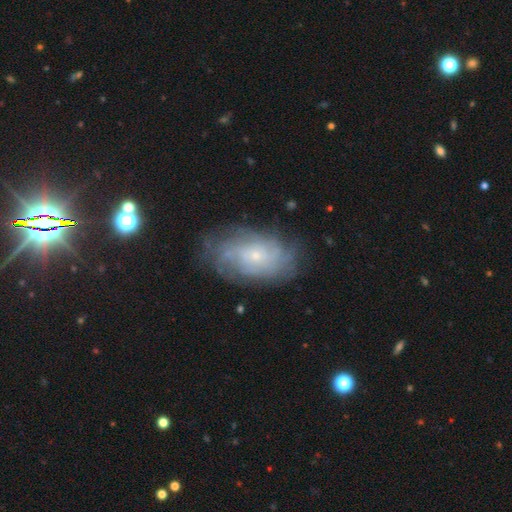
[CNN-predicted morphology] smooth-or-featured: featured or disk: 71% | smooth: 21% | star or artifact: 8%
  disk-edge-on: no: 94% | yes: 6%
    bar: no: 78% | weak: 19% | strong: 3%
    has-spiral-arms: yes: 85% | no: 15%
      spiral-winding: tight: 63% | medium: 27% | loose: 10%
      spiral-arm-count: can't tell: 56% | 4: 12% | more than 4: 10% | 2: 9% | 3: 8% | 1: 4%
    bulge-size: small: 79% | moderate: 16% | none: 2% | large: 2% | dominant: 1%
  merging: none: 72% | minor disturbance: 18% | major disturbance: 8% | merger: 2%